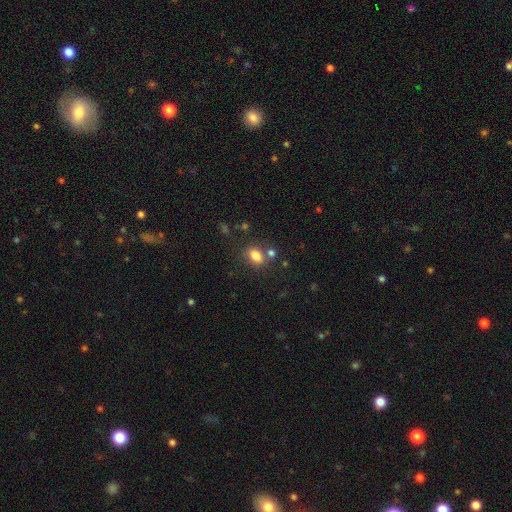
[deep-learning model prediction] Smooth or featured? Predicted: smooth (p=0.82). How rounded? Predicted: in between (p=0.78). Merging? Predicted: none (p=0.66).